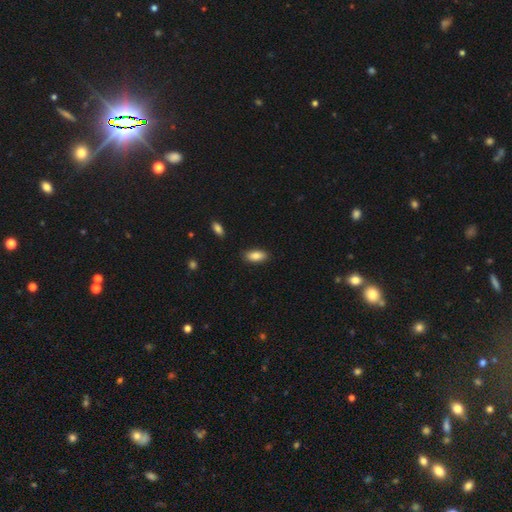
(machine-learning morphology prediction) Smooth or featured?
  - smooth: 86% *
  - featured or disk: 8%
  - star or artifact: 7%
How rounded?
  - in between: 88% *
  - cigar-shaped: 10%
  - round: 2%
Merging?
  - none: 87% *
  - minor disturbance: 10%
  - major disturbance: 2%
  - merger: 1%